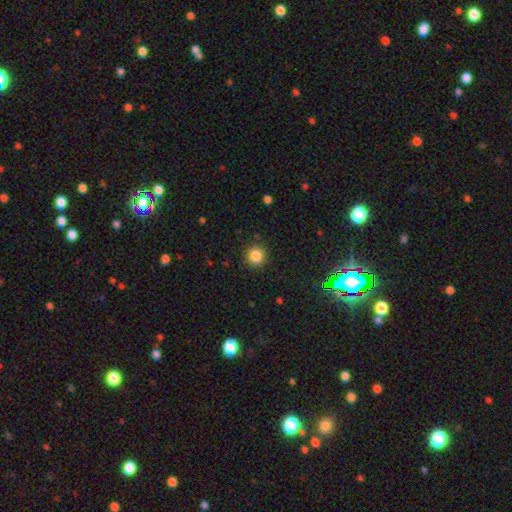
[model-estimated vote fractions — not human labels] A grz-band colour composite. It shows a smooth galaxy with no disk features (84%) that is round (91%). Merging: none (91%).